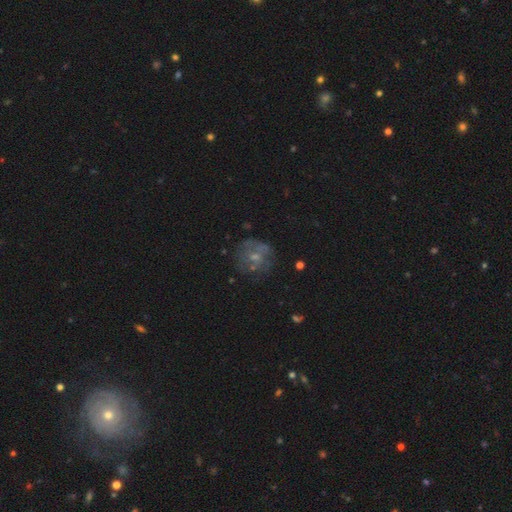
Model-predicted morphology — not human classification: This is possibly a featured or disk galaxy (46%). Merging: possibly none (57%).